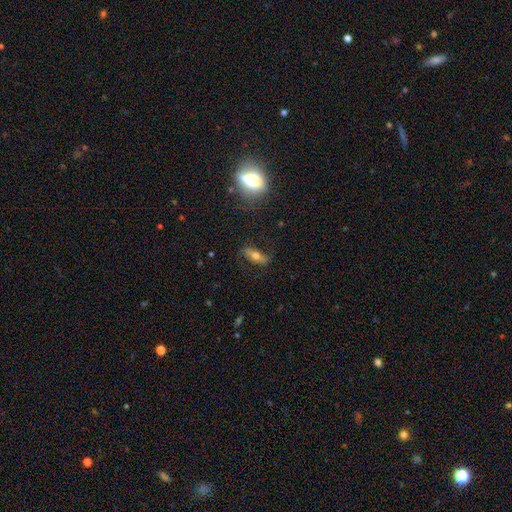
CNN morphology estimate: smooth_or_featured: featured or disk (p=0.48) [alt: smooth p=0.42]
merging: none (p=0.72) [alt: minor disturbance p=0.18]